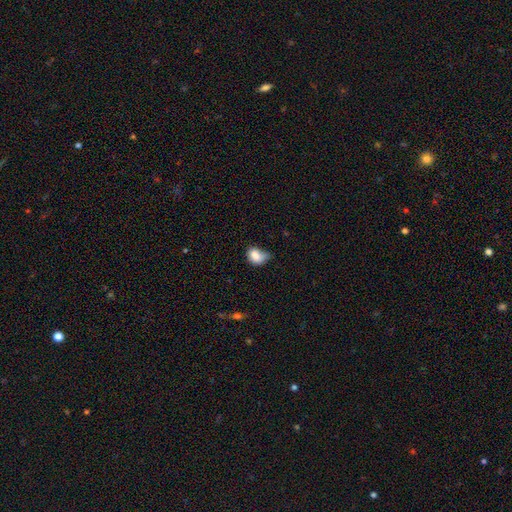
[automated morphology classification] Overall: smooth (81%). How rounded: in between (68%; round 31%). Merging: minor disturbance (41%; none 31%).